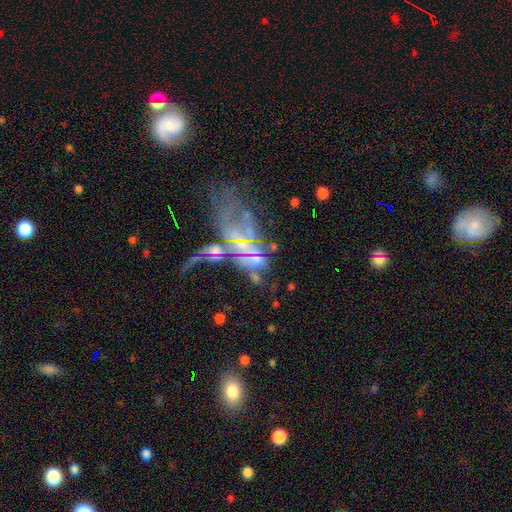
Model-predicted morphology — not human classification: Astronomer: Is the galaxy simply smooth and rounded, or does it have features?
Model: star or artifact — 41% (runner-up: featured or disk, 32%).